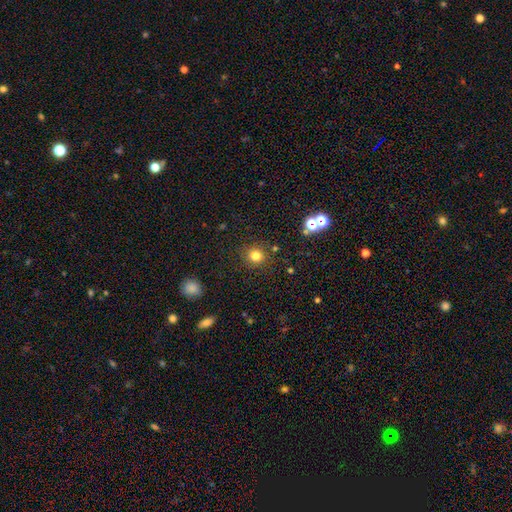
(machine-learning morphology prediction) Smooth or featured? Predicted: smooth (p=0.78). How rounded? Predicted: round (p=0.89). Merging? Predicted: none (p=0.87).